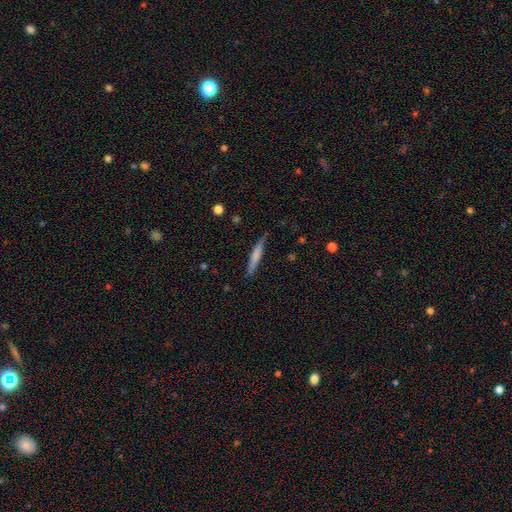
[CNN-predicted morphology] Smooth or featured? smooth (62%)
How rounded? cigar-shaped (94%)
Merging? none (84%)